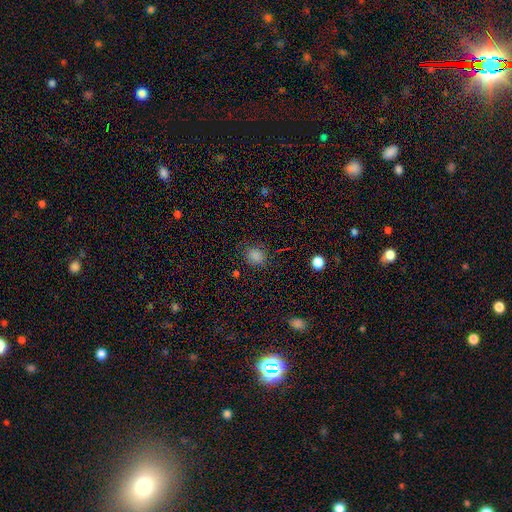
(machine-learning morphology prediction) This is clearly a smooth galaxy (81%). How rounded: likely round (64%). Merging: clearly none (81%).